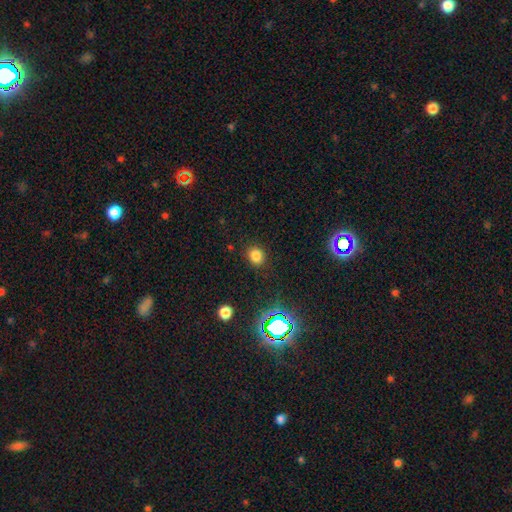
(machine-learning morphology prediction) The model was most divided on "how rounded": round: 71%, in between: 28%, cigar-shaped: 1%. More confident: merging — none (87%); smooth or featured — smooth (78%).